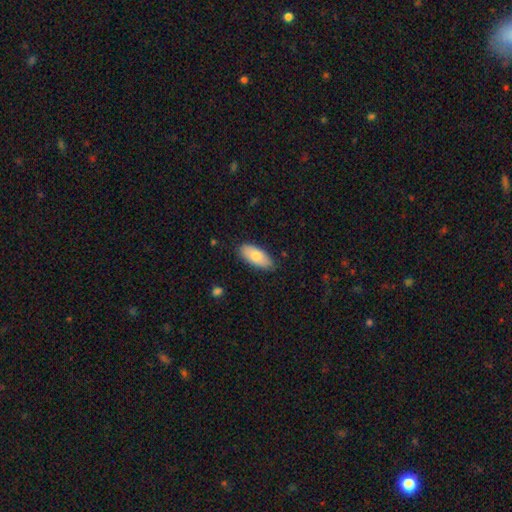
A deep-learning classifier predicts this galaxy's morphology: A smooth galaxy with no disk features (81%) that is in between round and cigar-shaped (89%).

Vote fractions:
- Smooth or featured? smooth: 81% / featured or disk: 14% / star or artifact: 6%
- How rounded? in between: 89% / cigar-shaped: 9% / round: 2%
- Merging? none: 82% / minor disturbance: 14% / major disturbance: 2% / merger: 1%